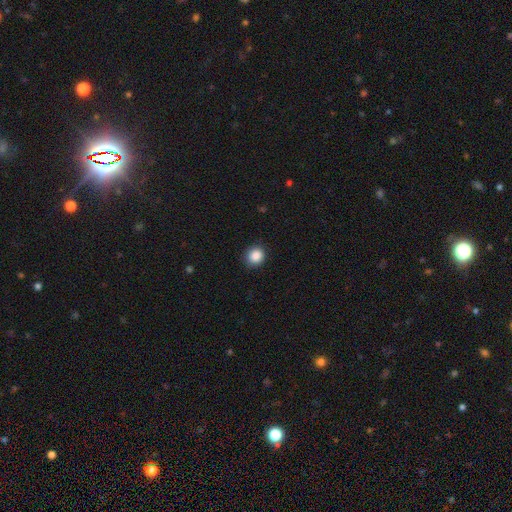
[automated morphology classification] Smooth or featured? smooth (87%)
How rounded? round (84%)
Merging? none (89%)